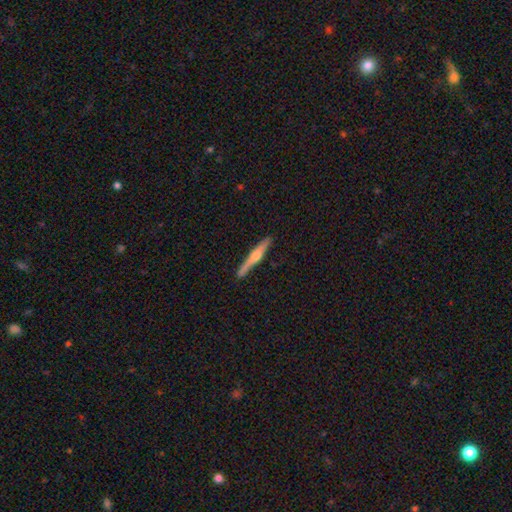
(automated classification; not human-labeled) featured or disk 71%, smooth 24%, star or artifact 5%. Down the decision tree: edge-on disk — yes (98%); edge-on bulge — rounded (88%); merging — none (90%).